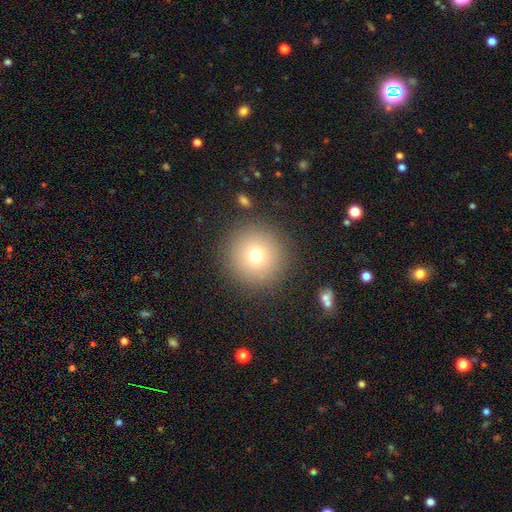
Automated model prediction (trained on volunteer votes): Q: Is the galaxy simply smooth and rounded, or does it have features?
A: smooth — 75%.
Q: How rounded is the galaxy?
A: round — 96%.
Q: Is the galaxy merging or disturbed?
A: none — 89%.